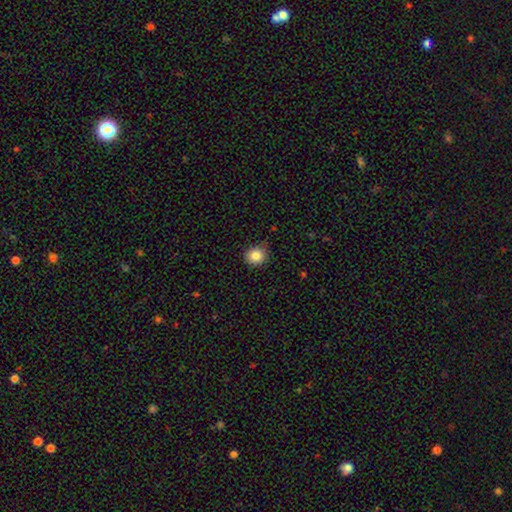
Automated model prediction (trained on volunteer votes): This is clearly a smooth galaxy (85%). How rounded: clearly round (86%). Merging: clearly none (81%).